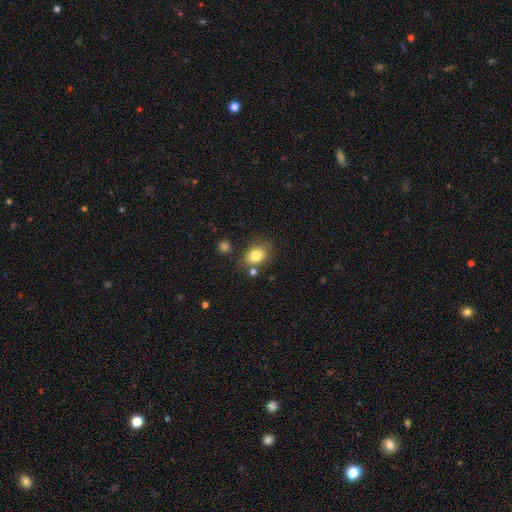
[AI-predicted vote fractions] A smooth galaxy with no disk features (82%) that is in between round and cigar-shaped (67%). Merging: none (71%).